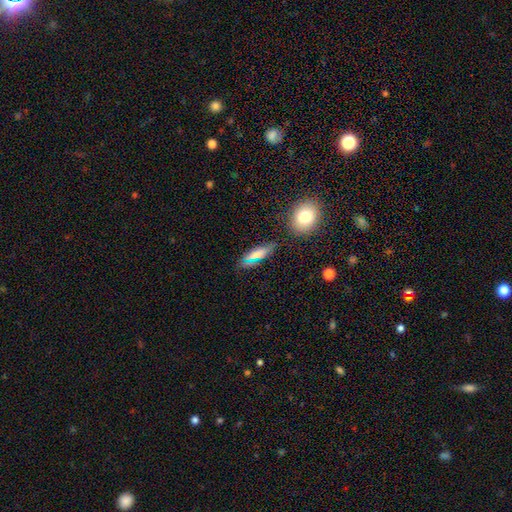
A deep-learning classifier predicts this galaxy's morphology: smooth-or-featured: smooth: 67% | featured or disk: 19% | star or artifact: 14%
  how-rounded: in between: 50% | cigar-shaped: 44% | round: 5%
  merging: none: 79% | minor disturbance: 14% | major disturbance: 4% | merger: 3%